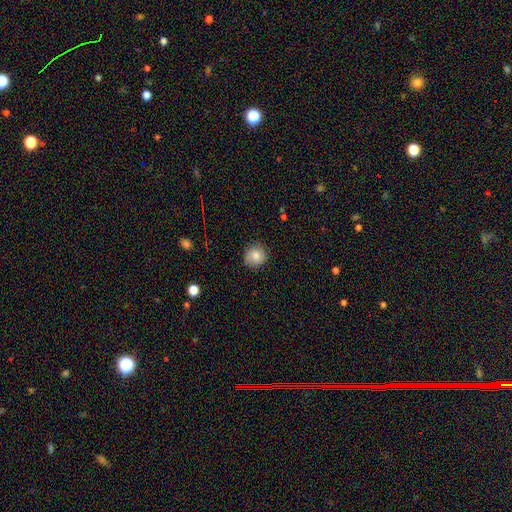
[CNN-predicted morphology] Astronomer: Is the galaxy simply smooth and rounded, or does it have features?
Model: smooth — 80%.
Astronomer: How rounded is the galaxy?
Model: round — 88%.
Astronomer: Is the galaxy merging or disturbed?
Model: none — 83%.